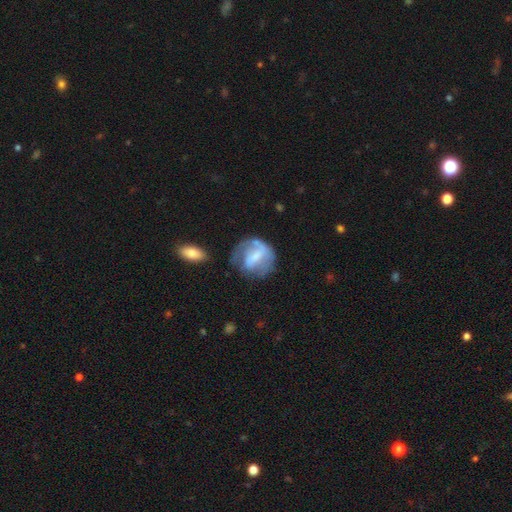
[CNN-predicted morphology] featured or disk 58%, smooth 34%, star or artifact 7%. Down the decision tree: edge-on disk — no (97%); bar — weak (47%); spiral arms — yes (68%); bulge size — small (35%); merging — none (47%).